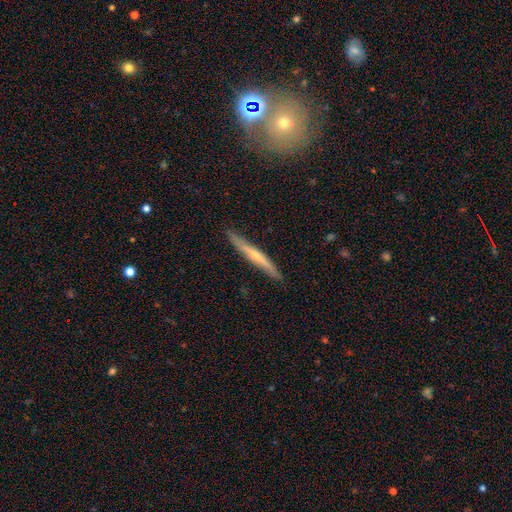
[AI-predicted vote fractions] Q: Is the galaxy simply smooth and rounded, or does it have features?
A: featured or disk — 61%.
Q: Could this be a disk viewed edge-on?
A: yes — 94%.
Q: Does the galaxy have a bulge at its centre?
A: rounded — 67%.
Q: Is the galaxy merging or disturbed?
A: none — 87%.